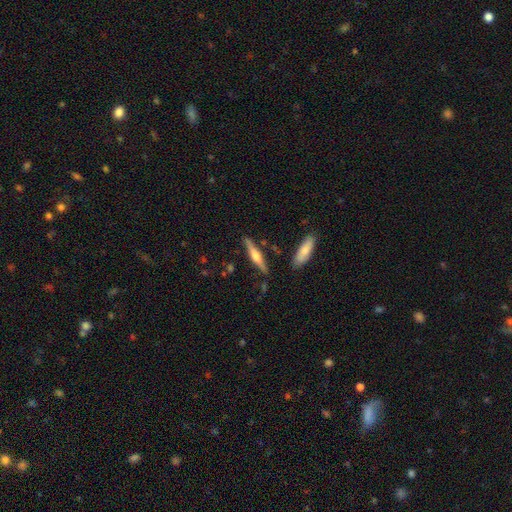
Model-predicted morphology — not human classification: type=featured or disk (61%); edge-on=yes (97%); edge-on bulge=rounded (86%); merging=none (84%).